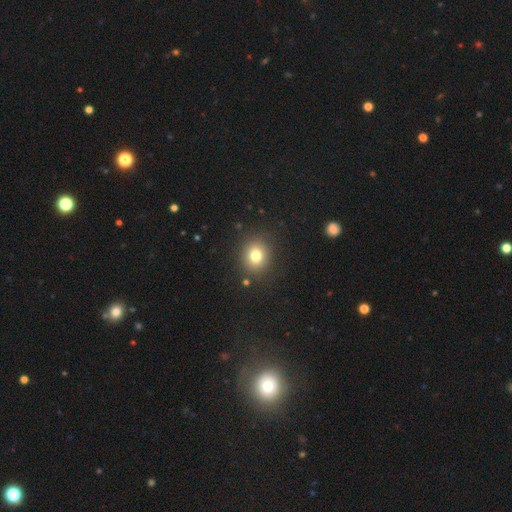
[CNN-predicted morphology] Smooth or featured? smooth (78%)
How rounded? round (76%)
Merging? none (87%)